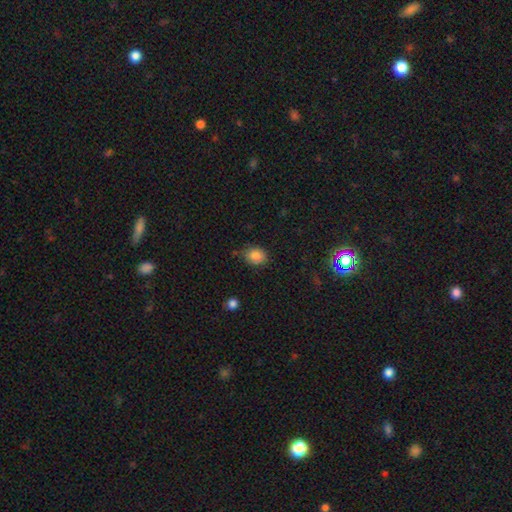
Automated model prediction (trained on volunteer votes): Smooth or featured? smooth (85%)
How rounded? in between (54%)
Merging? none (78%)